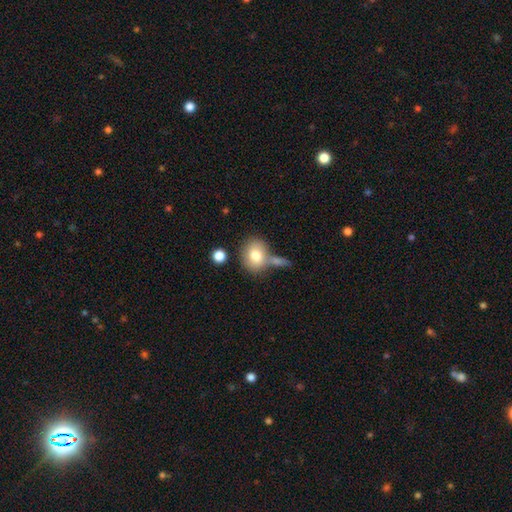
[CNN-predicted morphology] A smooth galaxy with no disk features (78%) that is round (54%).

Vote fractions:
- Smooth or featured? smooth: 78% / featured or disk: 14% / star or artifact: 8%
- How rounded? round: 54% / in between: 45% / cigar-shaped: 1%
- Merging? none: 54% / merger: 25% / minor disturbance: 15% / major disturbance: 6%